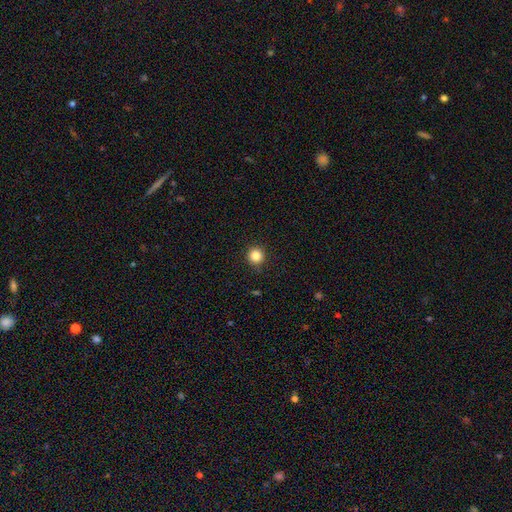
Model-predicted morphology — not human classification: Q: Smooth or featured?
A: smooth (85%); runner-up: star or artifact (11%)
Q: How rounded?
A: round (94%); runner-up: in between (5%)
Q: Merging?
A: none (91%); runner-up: minor disturbance (6%)